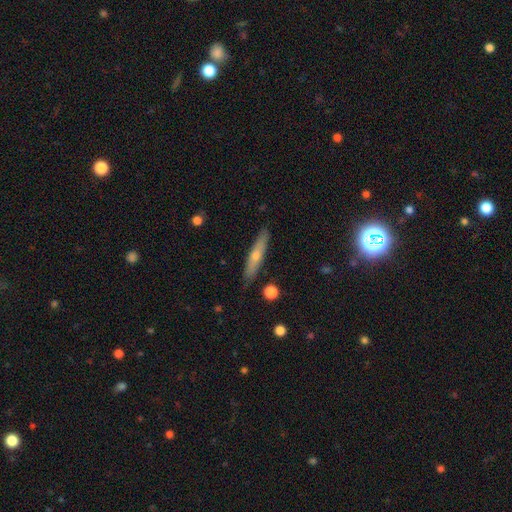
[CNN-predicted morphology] Smooth or featured? Predicted: smooth (p=0.49). Merging? Predicted: none (p=0.88).